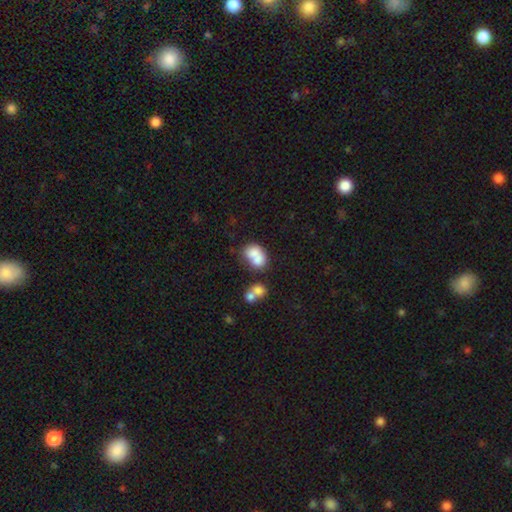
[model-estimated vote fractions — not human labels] smooth 69%, featured or disk 21%, star or artifact 9%. Down the decision tree: how rounded — in between (62%); merging — merger (60%).